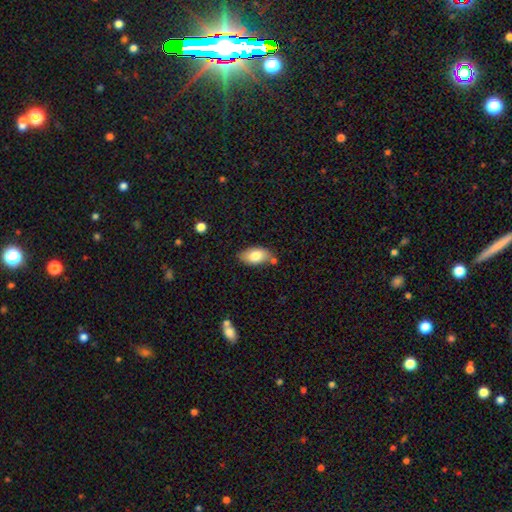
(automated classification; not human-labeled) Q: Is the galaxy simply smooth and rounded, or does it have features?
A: smooth — 78%.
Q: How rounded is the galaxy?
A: in between — 94%.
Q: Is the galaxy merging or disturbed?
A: none — 75%.